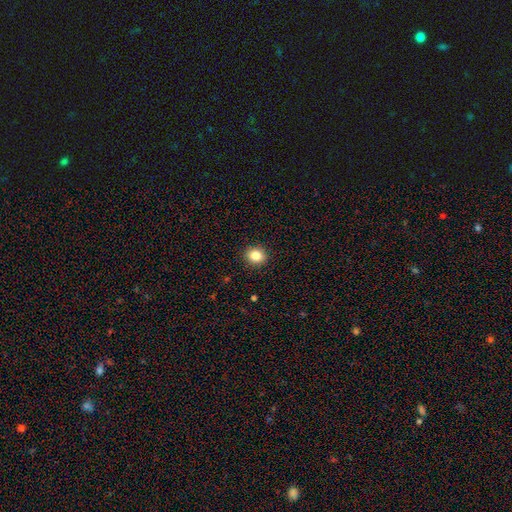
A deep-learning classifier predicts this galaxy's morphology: type=smooth (85%); roundness=round (68%); merging=none (91%).